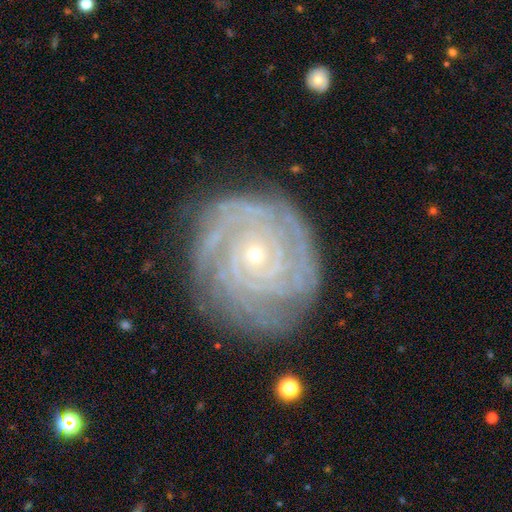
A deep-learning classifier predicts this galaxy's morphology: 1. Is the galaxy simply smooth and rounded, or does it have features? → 87% featured or disk, 6% smooth, 6% star or artifact.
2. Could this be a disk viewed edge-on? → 97% no, 3% yes.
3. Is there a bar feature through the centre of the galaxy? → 80% no, 14% weak, 5% strong.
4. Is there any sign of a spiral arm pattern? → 97% yes, 3% no.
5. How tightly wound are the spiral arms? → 86% tight, 11% medium, 2% loose.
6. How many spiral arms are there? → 24% can't tell, 22% 4, 17% 3, 17% more than 4, 12% 2, 7% 1.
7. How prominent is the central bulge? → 78% small, 19% moderate, 1% large, 1% none, 1% dominant.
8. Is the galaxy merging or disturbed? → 80% none, 14% minor disturbance, 4% major disturbance, 1% merger.